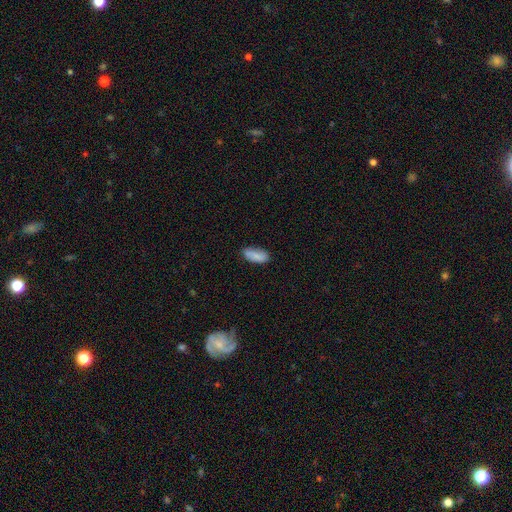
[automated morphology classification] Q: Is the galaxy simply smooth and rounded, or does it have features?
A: smooth — 85%.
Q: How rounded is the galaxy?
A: in between — 86%.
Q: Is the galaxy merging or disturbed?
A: none — 77%.